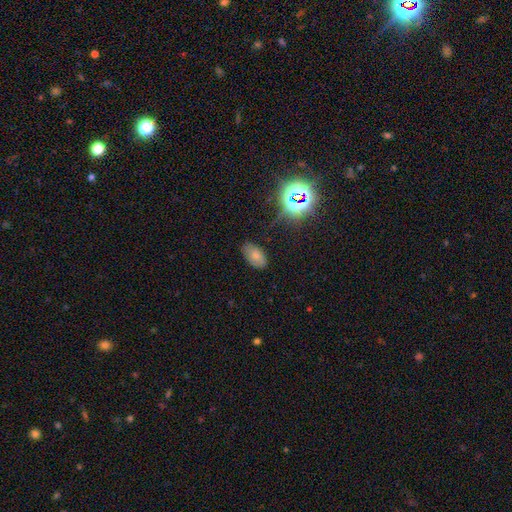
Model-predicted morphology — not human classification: Smooth or featured: smooth — 70% (star or artifact — 17%)
How rounded: in between — 93% (round — 5%)
Merging: none — 78% (minor disturbance — 17%)